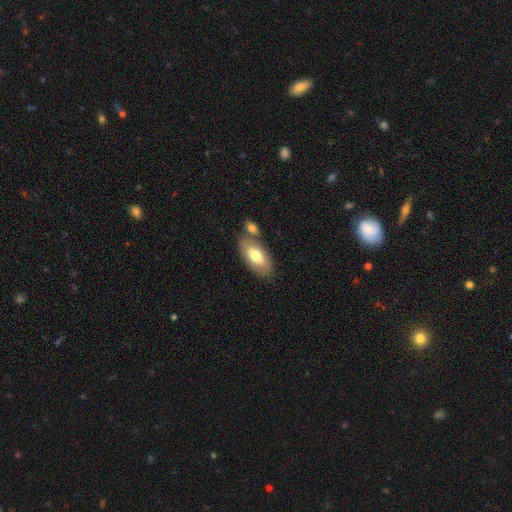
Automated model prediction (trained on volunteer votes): smooth 69%, featured or disk 25%, star or artifact 6%. Down the decision tree: how rounded — in between (92%); merging — none (60%).